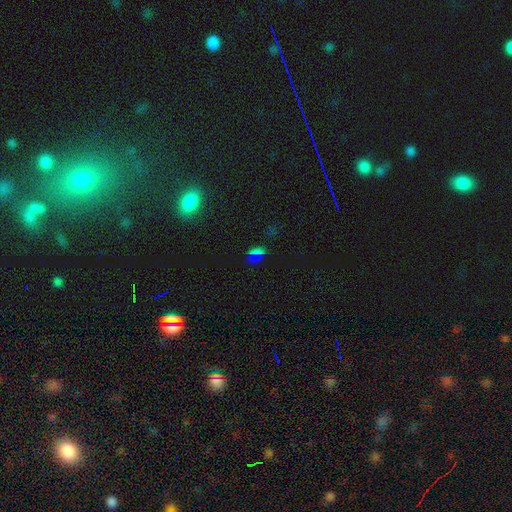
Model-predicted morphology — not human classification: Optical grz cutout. It shows a star or artifact, not a galaxy (47%).